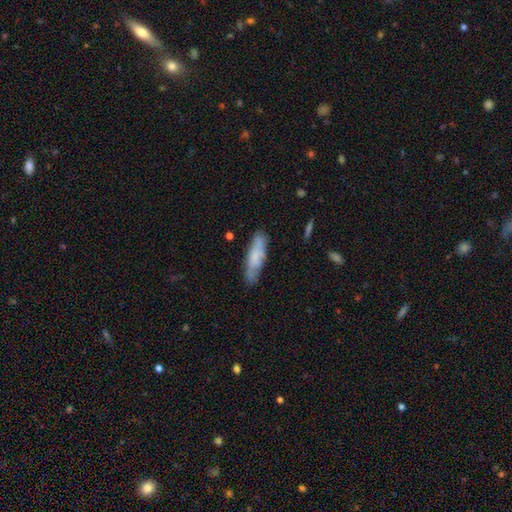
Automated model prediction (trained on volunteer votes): The model was most divided on "smooth or featured": smooth: 61%, featured or disk: 32%, star or artifact: 7%. More confident: merging — none (74%); how rounded — cigar-shaped (64%).